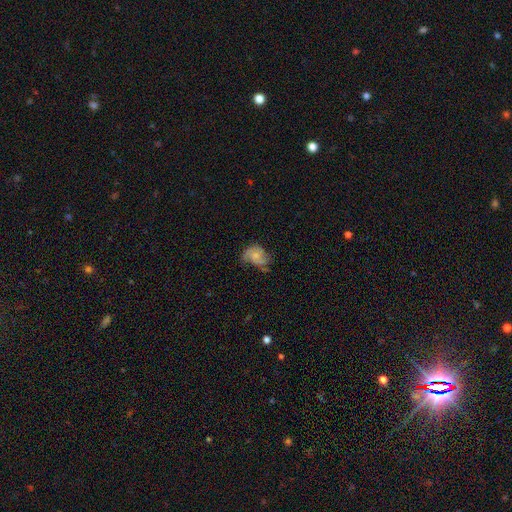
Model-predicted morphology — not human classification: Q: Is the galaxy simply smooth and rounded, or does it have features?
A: featured or disk — 55%.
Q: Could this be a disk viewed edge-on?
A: no — 98%.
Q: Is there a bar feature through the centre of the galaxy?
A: no — 76%.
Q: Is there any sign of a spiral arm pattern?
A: yes — 83%.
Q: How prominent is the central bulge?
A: small — 52%.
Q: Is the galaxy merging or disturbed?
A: none — 43%.